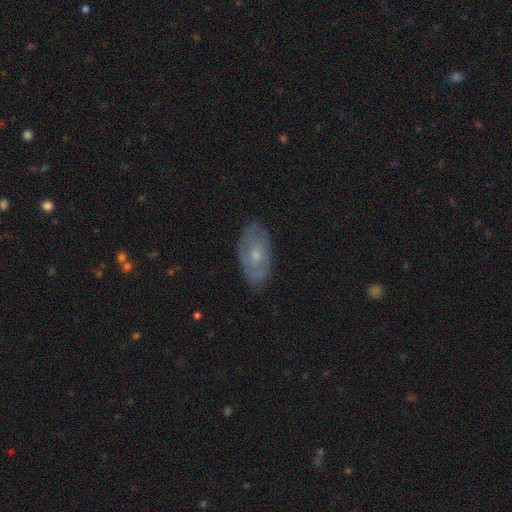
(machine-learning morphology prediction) type=featured or disk (54%); edge-on=no (91%); merging=none (78%).